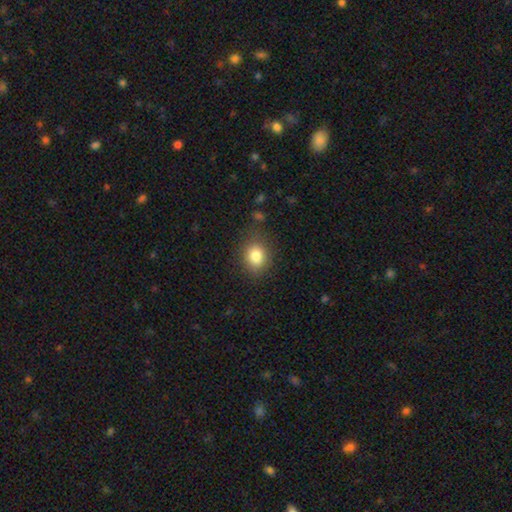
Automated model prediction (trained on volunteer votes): Morphology: type=smooth (83%); roundness=round (53%); merging=none (80%).